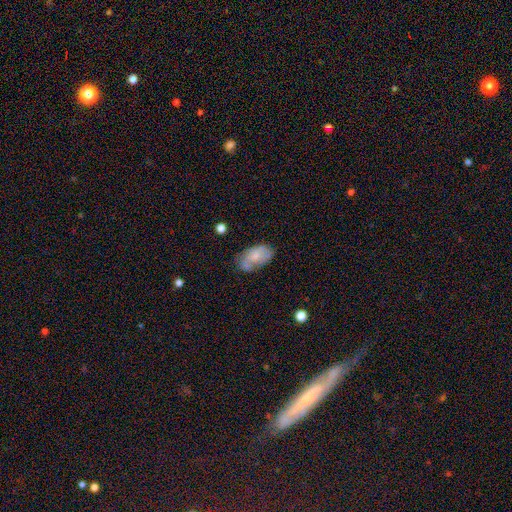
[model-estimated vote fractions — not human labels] This appears to be a smooth galaxy with no disk features (60%) that is in between round and cigar-shaped (93%). Merging: none (56%).